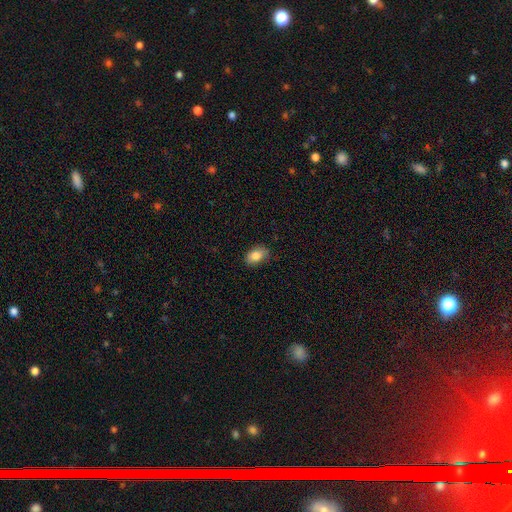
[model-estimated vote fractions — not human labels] Smooth or featured? Predicted: smooth (p=0.85). How rounded? Predicted: in between (p=0.86). Merging? Predicted: none (p=0.81).